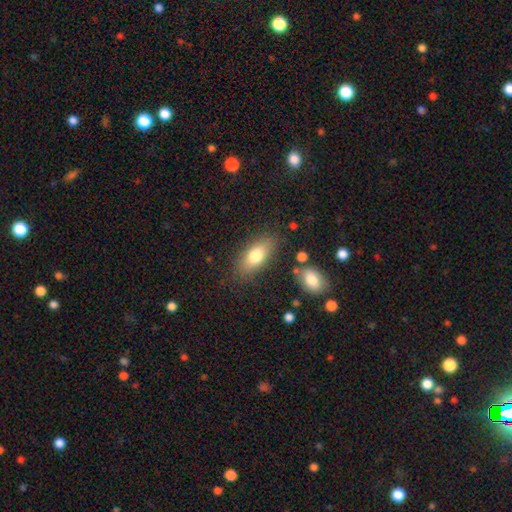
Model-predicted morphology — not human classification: A smooth galaxy with no disk features (75%) that is in between round and cigar-shaped (80%). Merging: none (80%).